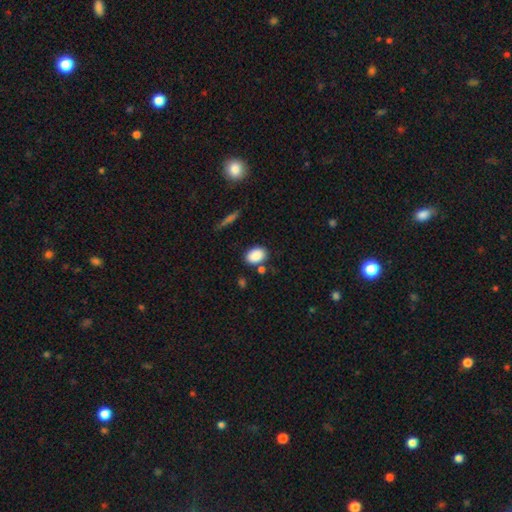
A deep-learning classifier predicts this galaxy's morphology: This appears to be a smooth galaxy with no disk features (88%) that is in between round and cigar-shaped (80%). Merging: none (78%).